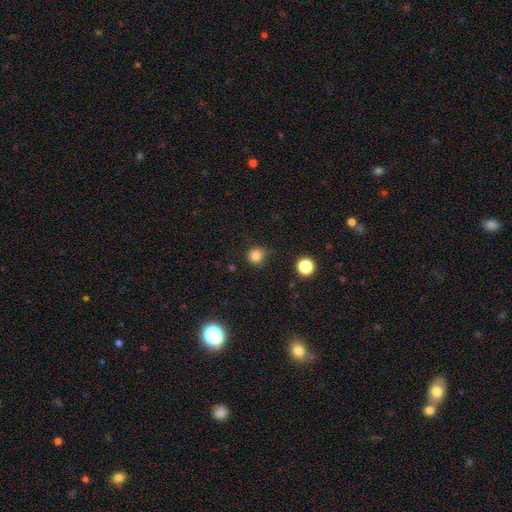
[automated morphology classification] Q: Smooth or featured?
A: smooth (82%); runner-up: star or artifact (13%)
Q: How rounded?
A: round (91%); runner-up: in between (8%)
Q: Merging?
A: none (77%); runner-up: minor disturbance (17%)